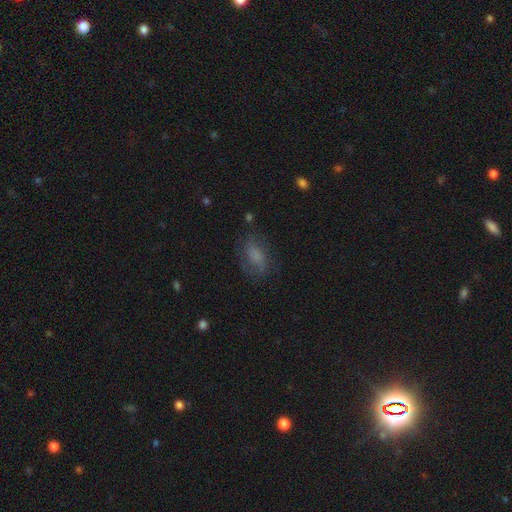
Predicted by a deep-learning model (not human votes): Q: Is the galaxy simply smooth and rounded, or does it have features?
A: smooth — 57%.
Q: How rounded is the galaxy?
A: in between — 80%.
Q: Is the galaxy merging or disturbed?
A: none — 66%.